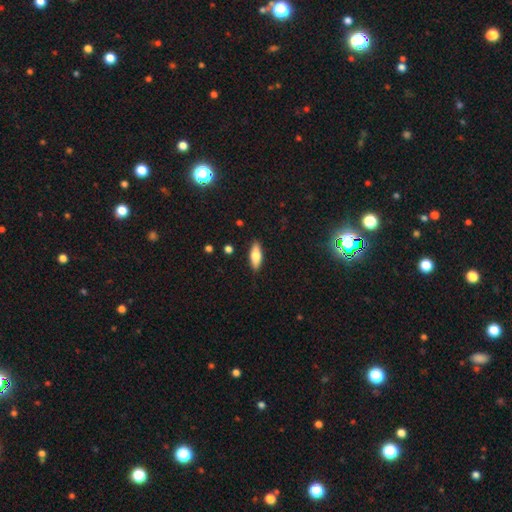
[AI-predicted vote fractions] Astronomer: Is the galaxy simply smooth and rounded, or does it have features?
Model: smooth — 69%.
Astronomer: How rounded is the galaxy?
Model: in between — 64%.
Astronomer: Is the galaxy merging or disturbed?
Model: none — 88%.